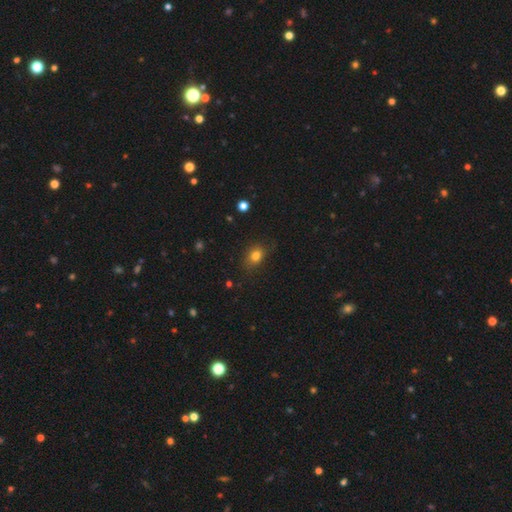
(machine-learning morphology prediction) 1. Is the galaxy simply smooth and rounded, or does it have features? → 80% smooth, 12% star or artifact, 7% featured or disk.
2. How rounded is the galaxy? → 60% in between, 39% round, 1% cigar-shaped.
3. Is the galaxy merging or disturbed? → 80% none, 15% minor disturbance, 4% major disturbance, 1% merger.